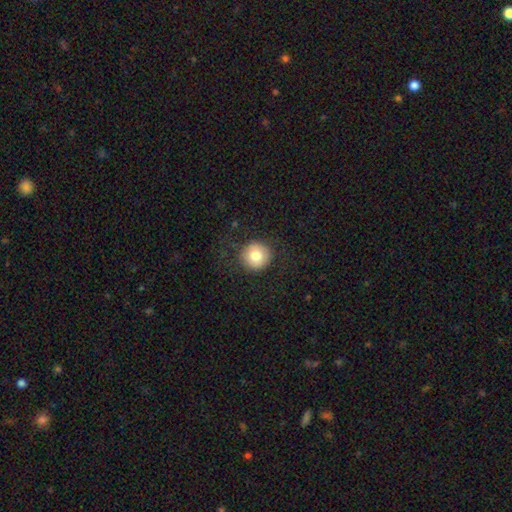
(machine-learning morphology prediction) smooth_or_featured: smooth (p=0.78) [alt: featured or disk p=0.13]
how_rounded: round (p=0.94) [alt: in between p=0.05]
merging: none (p=0.83) [alt: minor disturbance p=0.10]